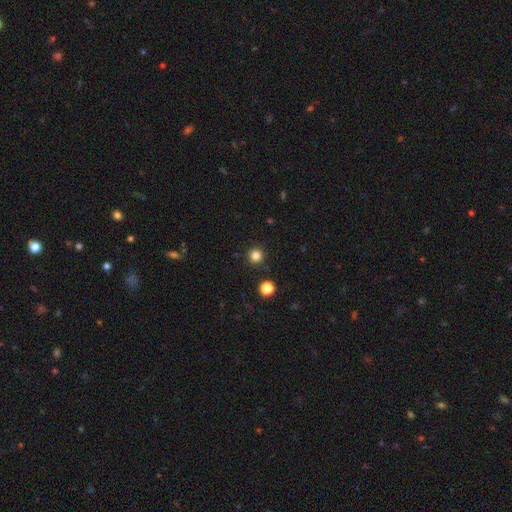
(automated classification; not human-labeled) Q: Smooth or featured?
A: smooth (82%); runner-up: star or artifact (14%)
Q: How rounded?
A: round (96%); runner-up: in between (3%)
Q: Merging?
A: none (92%); runner-up: minor disturbance (5%)